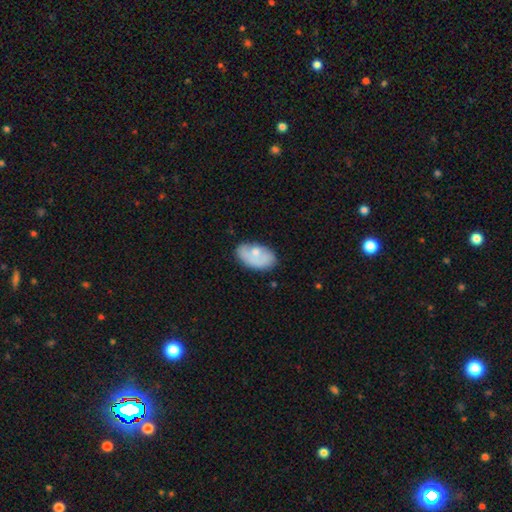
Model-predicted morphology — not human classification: This is likely a smooth galaxy (66%). How rounded: clearly in between (92%). Merging: possibly none (59%).